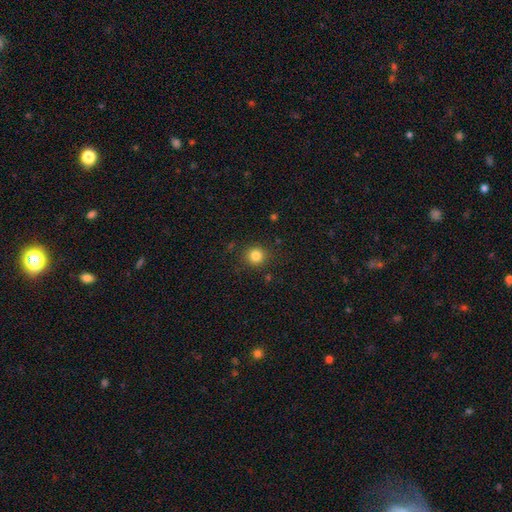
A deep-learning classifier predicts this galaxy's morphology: Smooth or featured: smooth — 83% (star or artifact — 12%)
How rounded: round — 91% (in between — 8%)
Merging: none — 88% (minor disturbance — 7%)